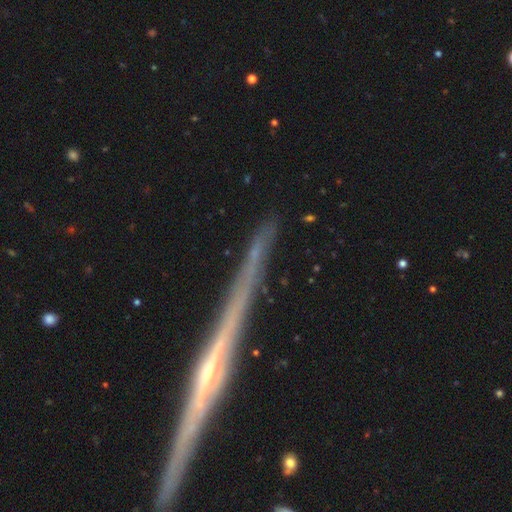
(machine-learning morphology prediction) featured or disk 74%, smooth 14%, star or artifact 13%. Down the decision tree: edge-on disk — yes (95%); edge-on bulge — none (57%); merging — none (85%).